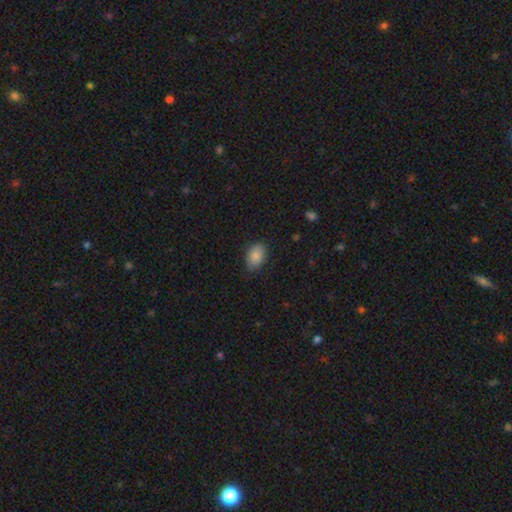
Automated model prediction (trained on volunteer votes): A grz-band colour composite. It shows a smooth galaxy with no disk features (87%) that is in between round and cigar-shaped (85%). Merging: none (78%).